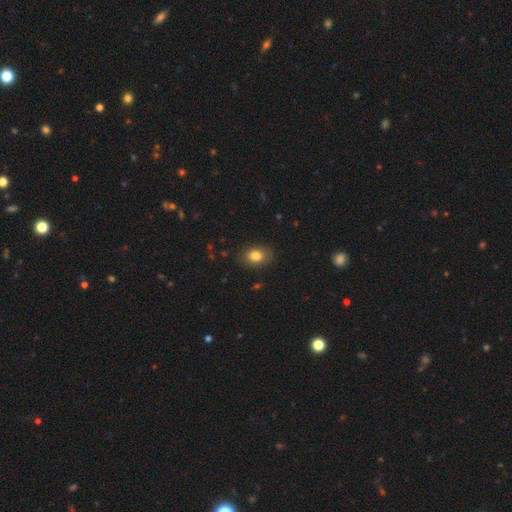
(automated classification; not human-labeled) This appears to be a smooth galaxy with no disk features (83%) that is in between round and cigar-shaped (70%). Merging: none (85%).